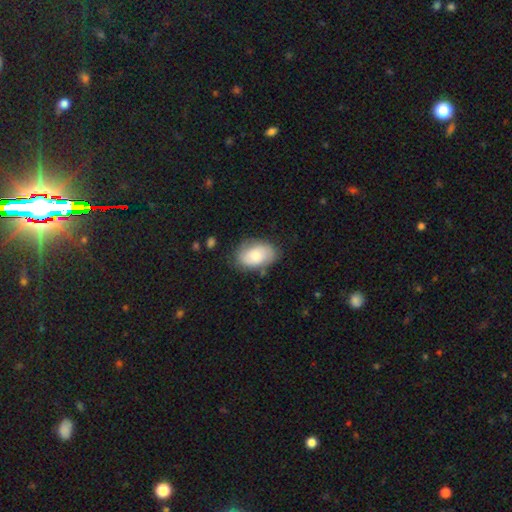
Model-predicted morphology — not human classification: smooth 68%, featured or disk 25%, star or artifact 6%. Down the decision tree: how rounded — in between (89%); merging — none (73%).